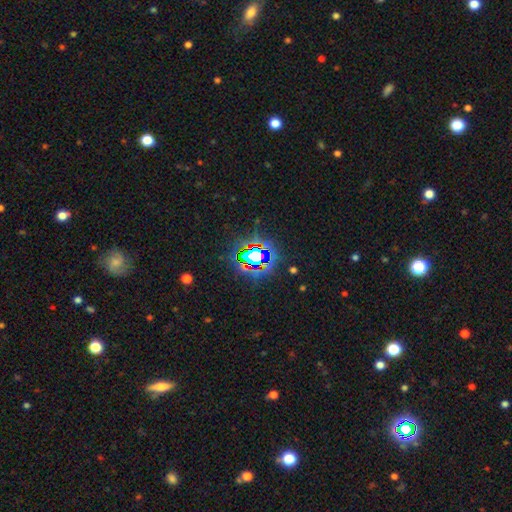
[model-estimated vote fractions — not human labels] Smooth or featured: star or artifact — 73% (smooth — 16%)